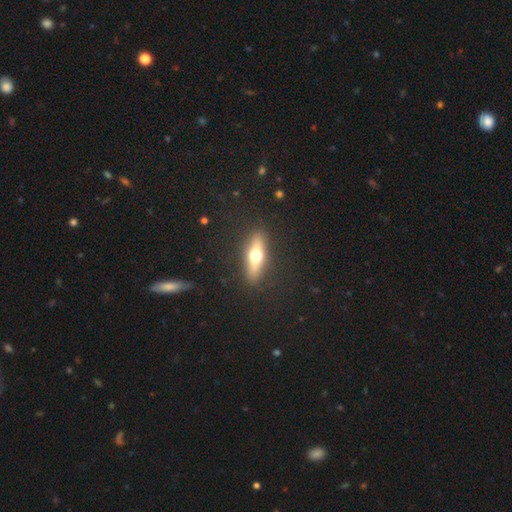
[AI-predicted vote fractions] smooth_or_featured: smooth (p=0.47) [alt: featured or disk p=0.46]
merging: none (p=0.89) [alt: minor disturbance p=0.08]